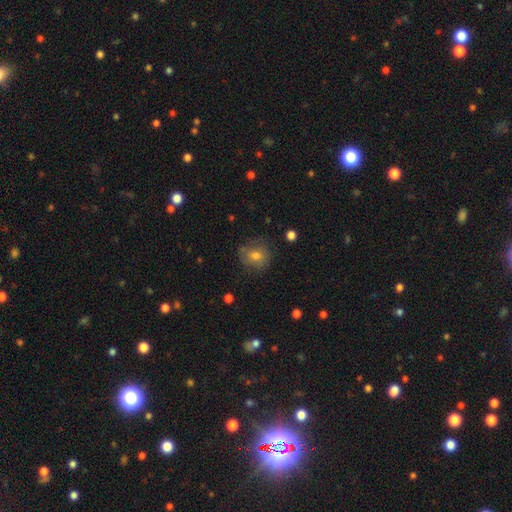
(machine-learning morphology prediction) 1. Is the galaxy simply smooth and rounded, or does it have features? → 67% smooth, 20% featured or disk, 13% star or artifact.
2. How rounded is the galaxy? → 81% round, 18% in between, 1% cigar-shaped.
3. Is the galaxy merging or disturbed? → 73% none, 18% minor disturbance, 7% major disturbance, 2% merger.